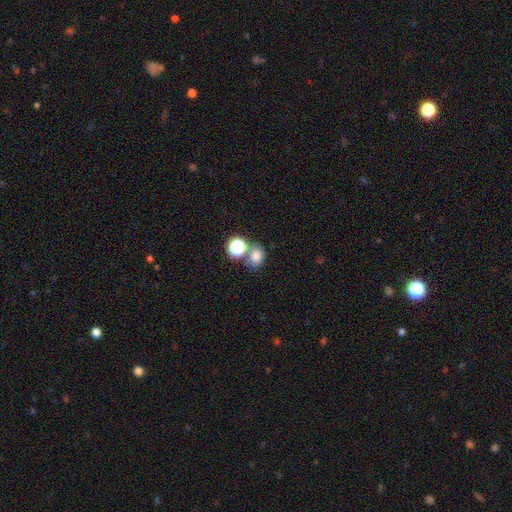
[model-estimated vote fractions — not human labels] smooth-or-featured: smooth: 76% | star or artifact: 16% | featured or disk: 8%
  how-rounded: in between: 52% | round: 47% | cigar-shaped: 1%
  merging: none: 58% | merger: 27% | minor disturbance: 11% | major disturbance: 5%